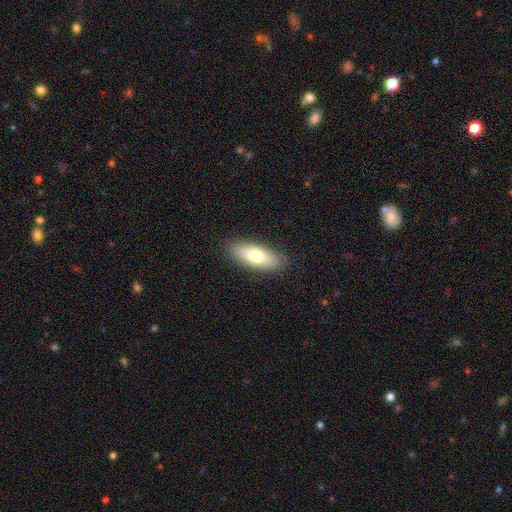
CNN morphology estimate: This is likely a smooth galaxy (71%). How rounded: likely in between (67%). Merging: clearly none (87%).